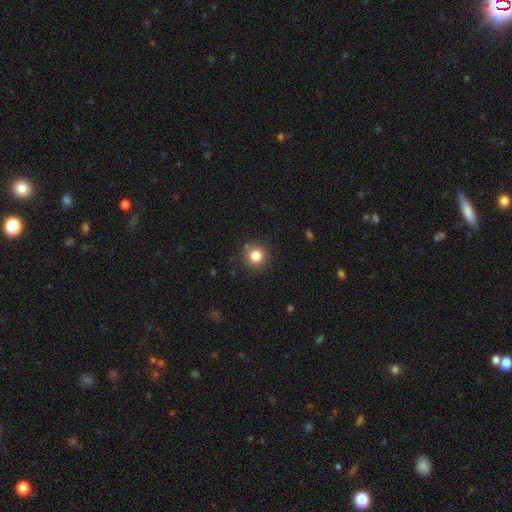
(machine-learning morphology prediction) Smooth or featured? smooth (82%)
How rounded? round (93%)
Merging? none (87%)